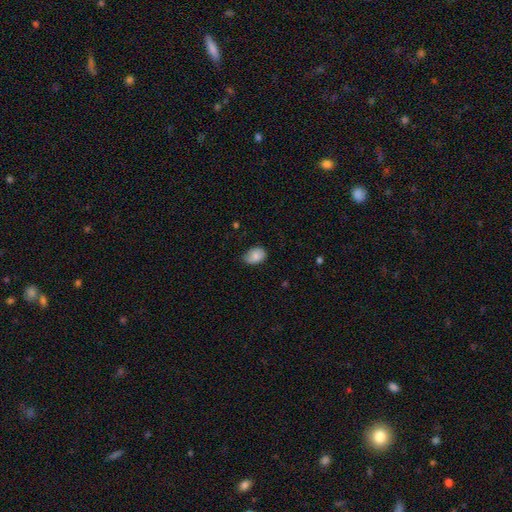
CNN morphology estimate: This appears to be a smooth galaxy with no disk features (84%) that is in between round and cigar-shaped (78%). Merging: none (65%).